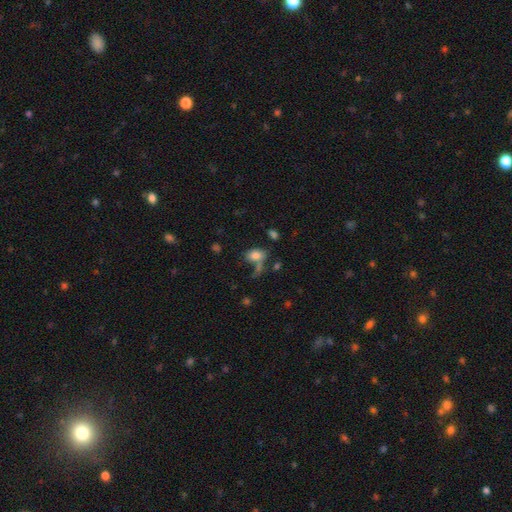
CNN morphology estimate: The model was most divided on "merging": none: 47%, merger: 22%, minor disturbance: 17%, major disturbance: 14%. More confident: how rounded — in between (87%); smooth or featured — smooth (78%).